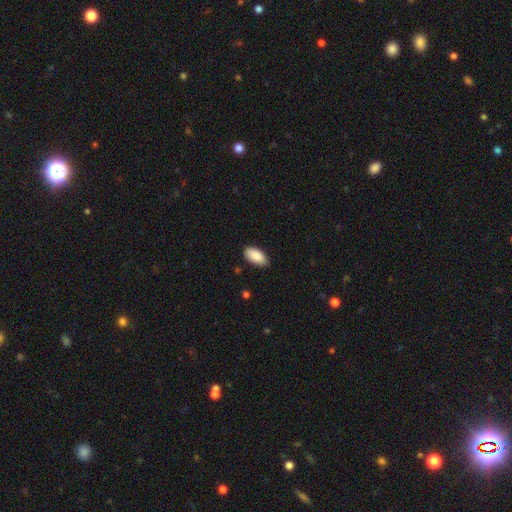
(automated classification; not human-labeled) smooth-or-featured: smooth: 89% | star or artifact: 6% | featured or disk: 4%
  how-rounded: in between: 95% | cigar-shaped: 3% | round: 2%
  merging: none: 82% | minor disturbance: 14% | major disturbance: 2% | merger: 1%